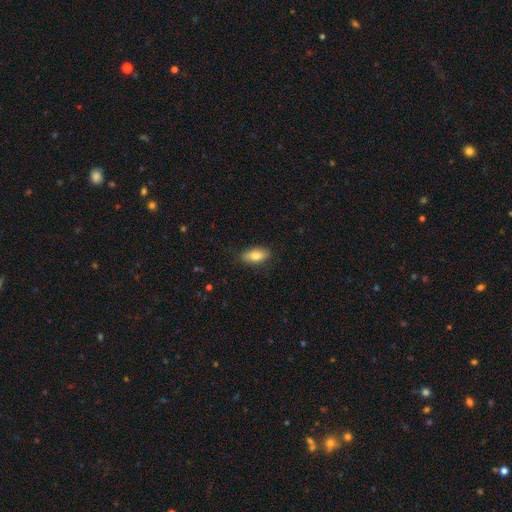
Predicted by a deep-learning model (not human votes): Smooth or featured: smooth — 80% (featured or disk — 13%)
How rounded: in between — 90% (cigar-shaped — 6%)
Merging: none — 83% (minor disturbance — 14%)